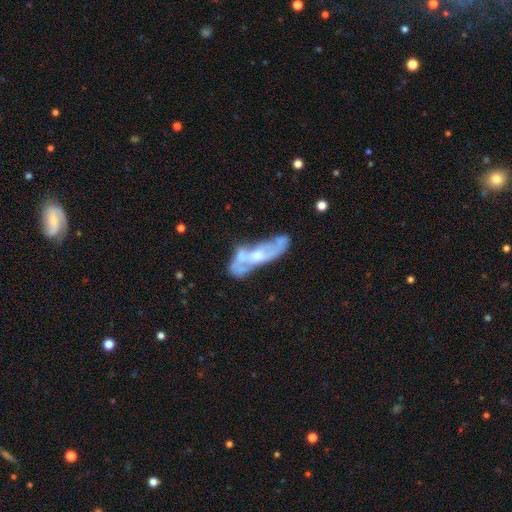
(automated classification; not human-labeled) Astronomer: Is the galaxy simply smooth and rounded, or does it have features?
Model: featured or disk — 68%.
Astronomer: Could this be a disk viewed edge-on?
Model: no — 81%.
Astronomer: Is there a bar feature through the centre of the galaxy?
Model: no — 69%.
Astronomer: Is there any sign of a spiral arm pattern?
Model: yes — 50%, tied with no at 50%.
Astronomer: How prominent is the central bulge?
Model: moderate — 49% (runner-up: small, 37%).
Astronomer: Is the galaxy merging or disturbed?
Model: none — 34% (runner-up: merger, 29%).